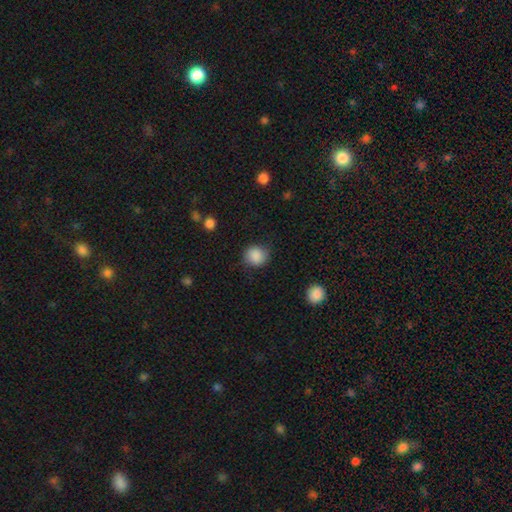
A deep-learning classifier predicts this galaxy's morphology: smooth-or-featured: smooth: 87% | star or artifact: 8% | featured or disk: 5%
  how-rounded: round: 84% | in between: 15% | cigar-shaped: 1%
  merging: none: 81% | minor disturbance: 14% | major disturbance: 4% | merger: 1%